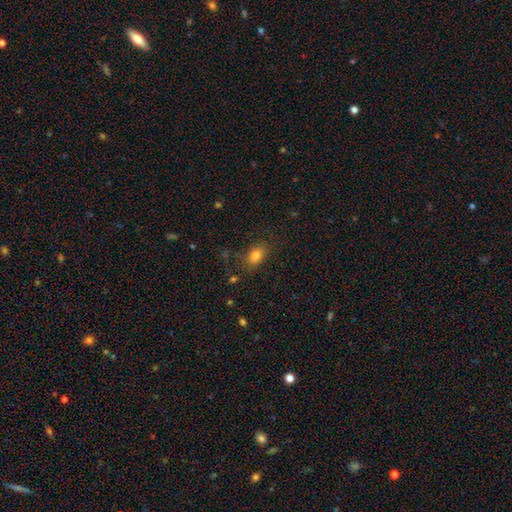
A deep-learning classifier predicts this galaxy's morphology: Smooth or featured? smooth (81%)
How rounded? in between (79%)
Merging? none (74%)